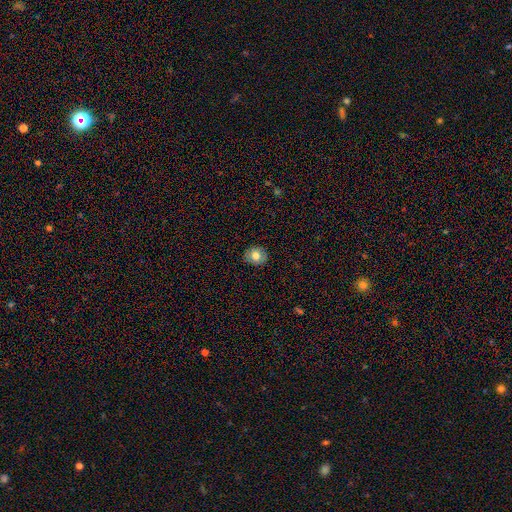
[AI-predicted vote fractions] This is likely a smooth galaxy (75%). How rounded: likely round (77%). Merging: clearly none (87%).